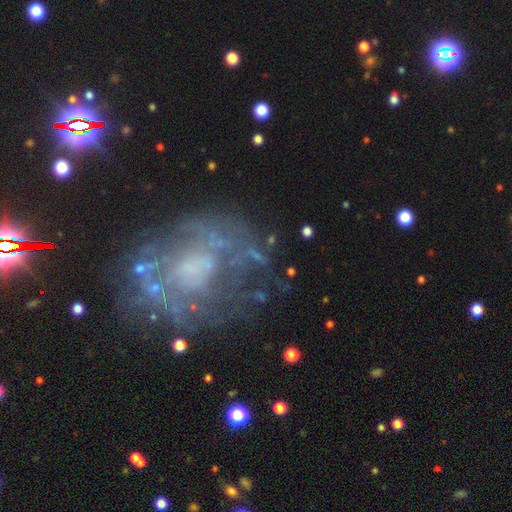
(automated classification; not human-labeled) Smooth or featured: featured or disk — 70% (smooth — 16%)
Edge-on disk: no — 97% (yes — 3%)
Bar: no — 65% (weak — 24%)
Spiral arms: yes — 69% (no — 31%)
Bulge size: none — 37% (small — 31%)
Merging: none — 58% (major disturbance — 20%)